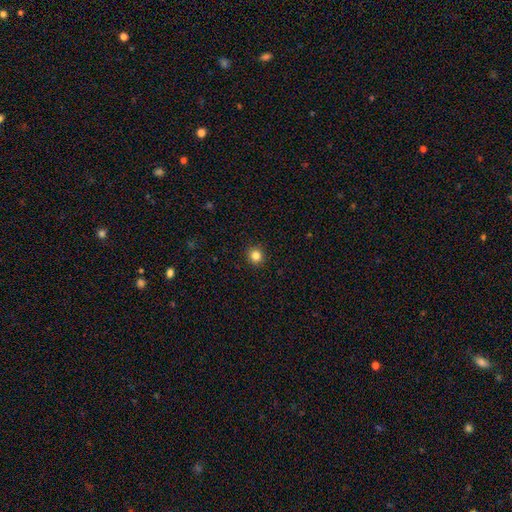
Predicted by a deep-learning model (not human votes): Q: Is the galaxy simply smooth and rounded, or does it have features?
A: smooth — 84%.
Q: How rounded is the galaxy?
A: round — 91%.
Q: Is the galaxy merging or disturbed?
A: none — 92%.